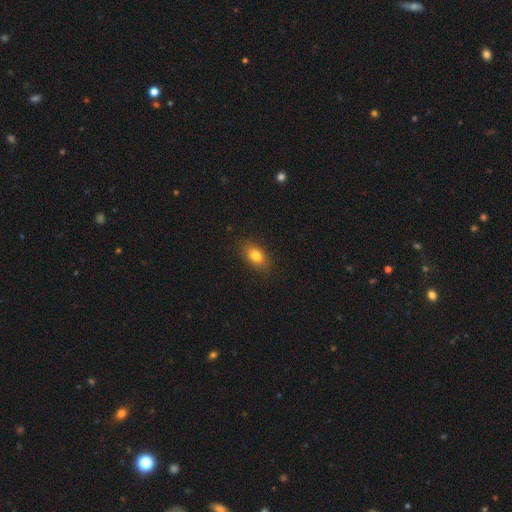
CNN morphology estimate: Smooth or featured? Predicted: smooth (p=0.81). How rounded? Predicted: in between (p=0.79). Merging? Predicted: none (p=0.85).